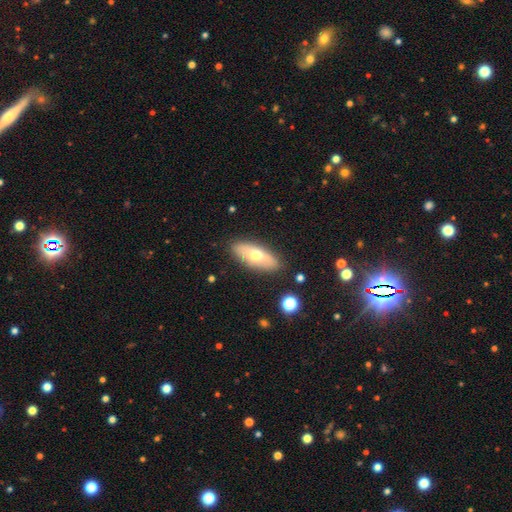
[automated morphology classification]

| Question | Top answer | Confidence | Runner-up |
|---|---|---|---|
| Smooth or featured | smooth | 56% | featured or disk (37%) |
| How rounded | in between | 82% | cigar-shaped (15%) |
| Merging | none | 84% | minor disturbance (11%) |